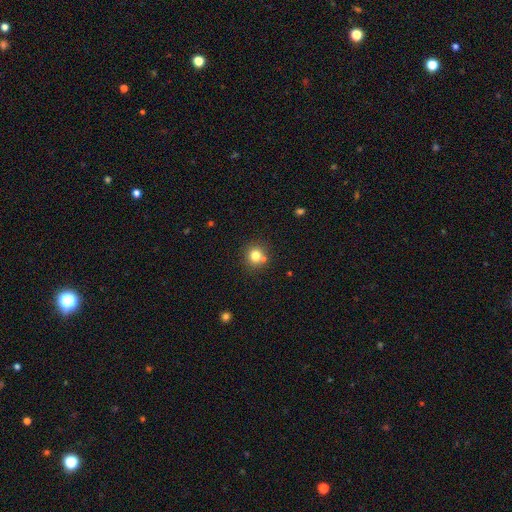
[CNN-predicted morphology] Smooth or featured? smooth (78%)
How rounded? round (89%)
Merging? none (71%)